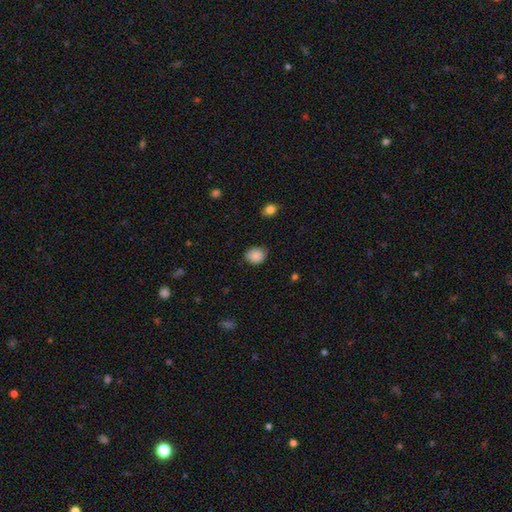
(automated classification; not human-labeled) The model was most divided on "how rounded": round: 59%, in between: 40%, cigar-shaped: 1%. More confident: smooth or featured — smooth (87%); merging — none (75%).